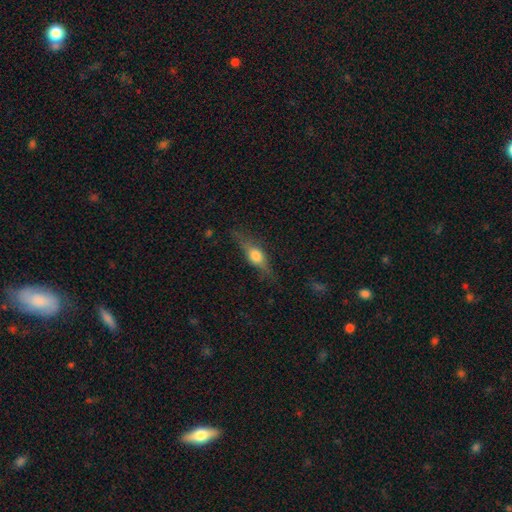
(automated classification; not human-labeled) smooth_or_featured: featured or disk (p=0.48) [alt: smooth p=0.43]
merging: none (p=0.73) [alt: minor disturbance p=0.19]